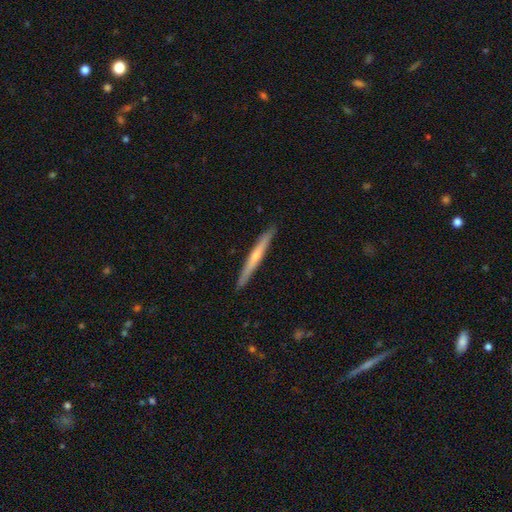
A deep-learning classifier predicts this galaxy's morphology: Smooth or featured?
  - featured or disk: 59% *
  - smooth: 35%
  - star or artifact: 6%
Edge-on disk?
  - yes: 97% *
  - no: 3%
Edge-on bulge?
  - rounded: 63% *
  - none: 34%
  - boxy: 3%
Merging?
  - none: 91% *
  - minor disturbance: 6%
  - major disturbance: 1%
  - merger: 1%